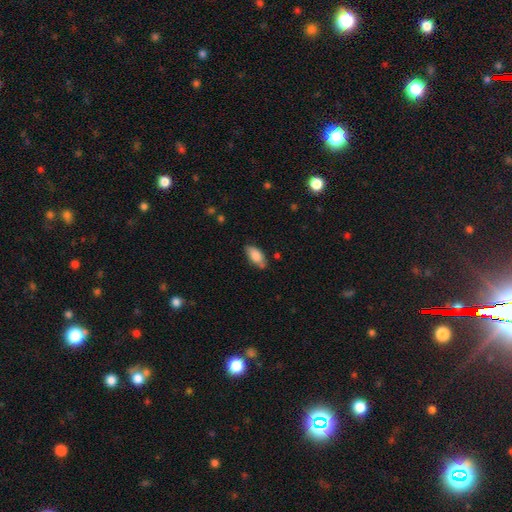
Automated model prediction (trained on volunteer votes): smooth 82%, featured or disk 12%, star or artifact 7%. Down the decision tree: how rounded — in between (89%); merging — none (72%).